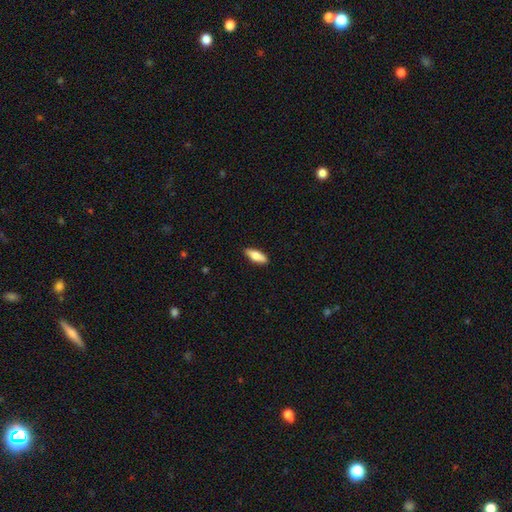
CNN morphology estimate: Q: Smooth or featured?
A: smooth (72%); runner-up: featured or disk (22%)
Q: How rounded?
A: in between (66%); runner-up: cigar-shaped (32%)
Q: Merging?
A: none (89%); runner-up: minor disturbance (9%)